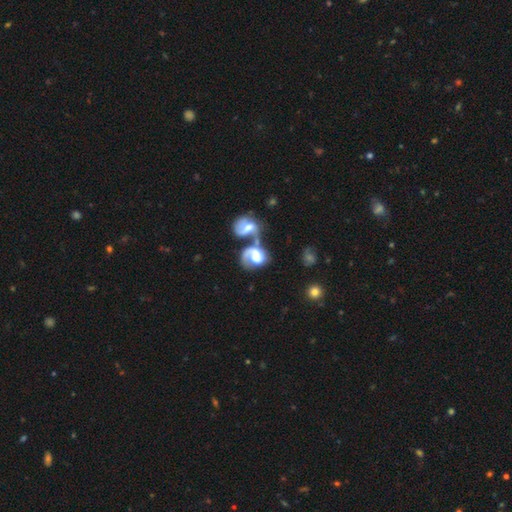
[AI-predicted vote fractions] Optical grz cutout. It shows a featured or disk galaxy (72%) with no bar (57%), 1 (51%) medium (41%) spiral arms (88%) and a large central bulge (38%). Merging: merger (62%).